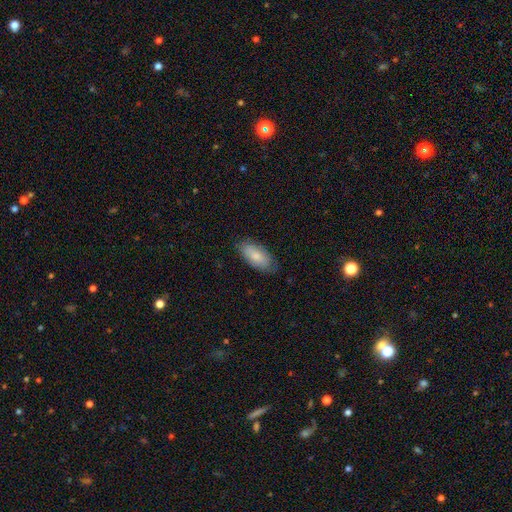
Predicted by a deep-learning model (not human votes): This appears to be a smooth galaxy with no disk features (80%) that is in between round and cigar-shaped (90%). Merging: none (78%).